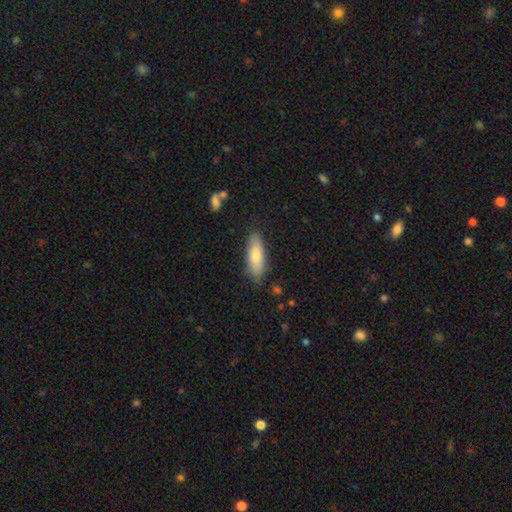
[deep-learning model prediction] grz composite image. It shows a smooth galaxy with no disk features (77%) that is in between round and cigar-shaped (57%). Merging: none (83%).